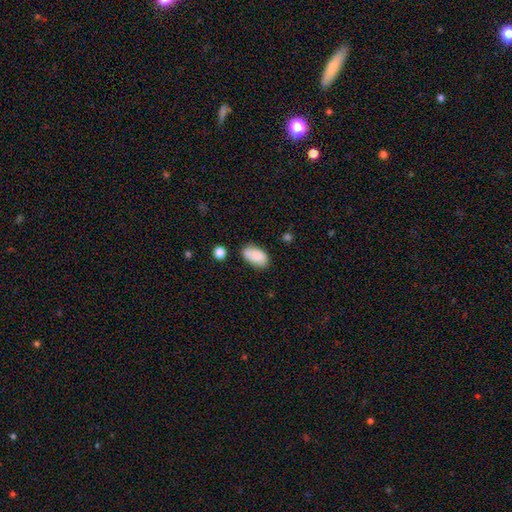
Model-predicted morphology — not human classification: The model was most divided on "merging": none: 70%, minor disturbance: 20%, merger: 6%, major disturbance: 4%. More confident: how rounded — in between (94%); smooth or featured — smooth (86%).